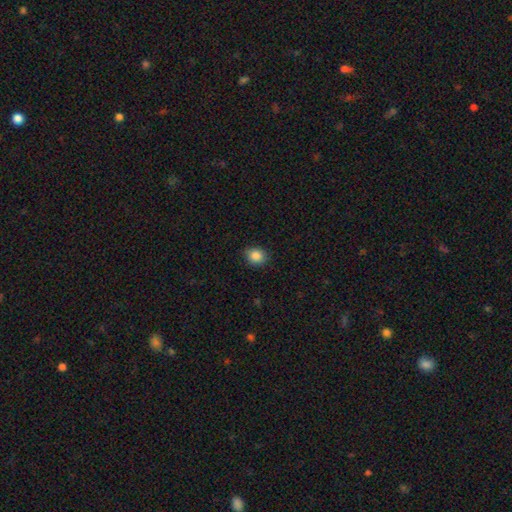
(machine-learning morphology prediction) Overall: smooth (86%). How rounded: round (66%; in between 33%). Merging: none (85%).